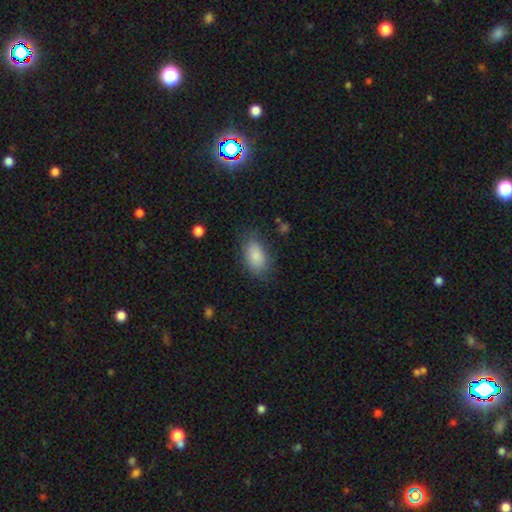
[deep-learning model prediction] Smooth or featured? smooth (87%)
How rounded? in between (92%)
Merging? none (78%)